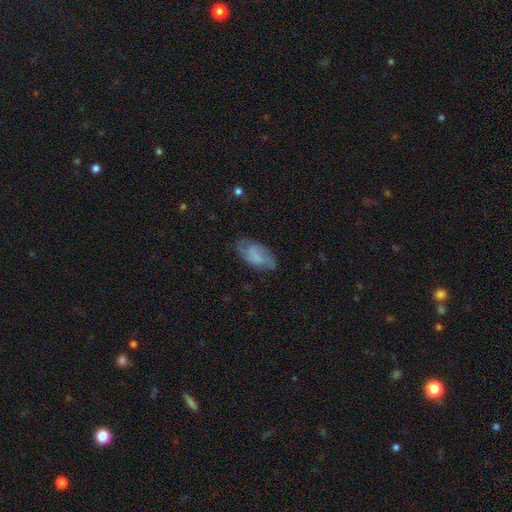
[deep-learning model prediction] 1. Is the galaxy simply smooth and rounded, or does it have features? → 50% smooth, 42% featured or disk, 8% star or artifact.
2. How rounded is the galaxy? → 91% in between, 5% cigar-shaped, 3% round.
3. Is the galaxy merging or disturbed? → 63% none, 26% minor disturbance, 10% major disturbance, 2% merger.